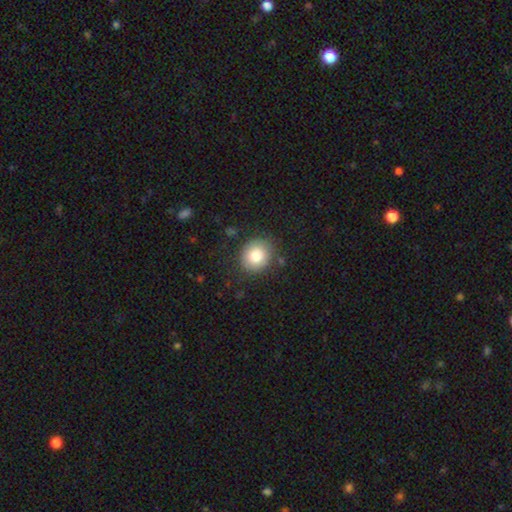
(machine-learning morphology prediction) Smooth or featured? smooth (81%)
How rounded? round (80%)
Merging? none (83%)